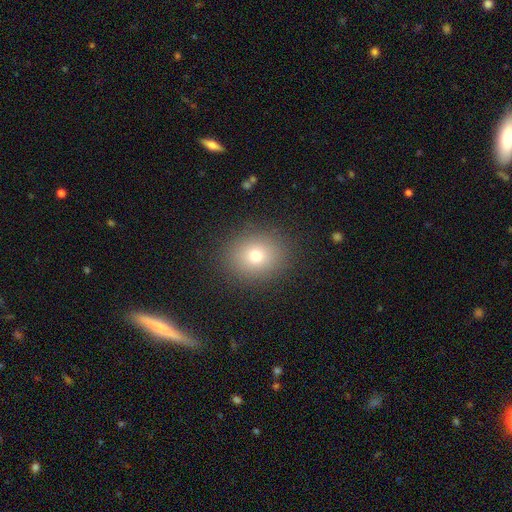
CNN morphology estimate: This is likely a smooth galaxy (74%). How rounded: likely round (69%). Merging: clearly none (89%).